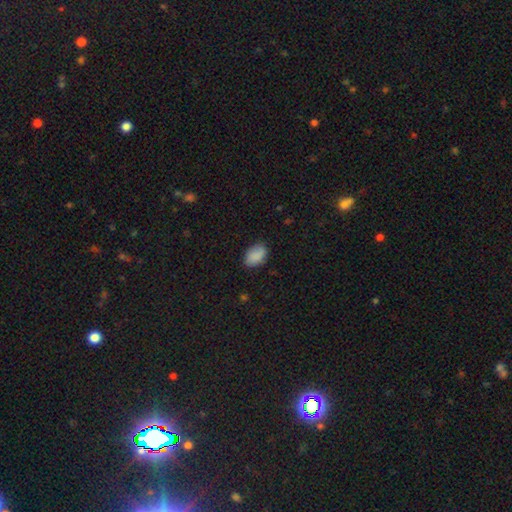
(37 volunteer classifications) This is likely a smooth galaxy (76%). How rounded: clearly in between (96%). Merging: clearly none (80%).